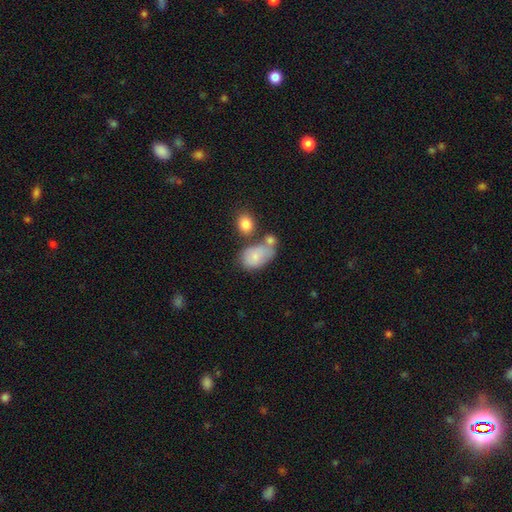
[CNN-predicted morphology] smooth_or_featured: smooth (p=0.76) [alt: featured or disk p=0.16]
how_rounded: in between (p=0.85) [alt: round p=0.14]
merging: none (p=0.36) [alt: merger p=0.31]